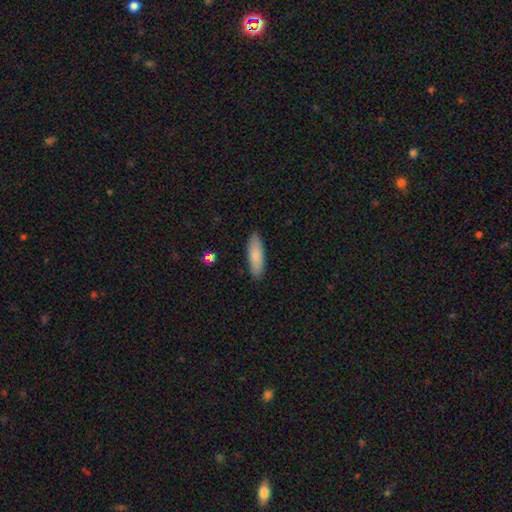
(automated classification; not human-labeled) This is clearly a smooth galaxy (85%). How rounded: possibly in between (51%). Merging: clearly none (89%).